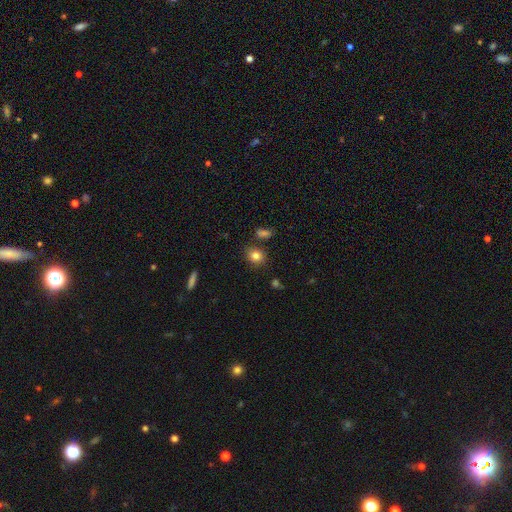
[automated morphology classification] Overall: smooth (83%). How rounded: round (61%; in between 38%). Merging: none (80%).